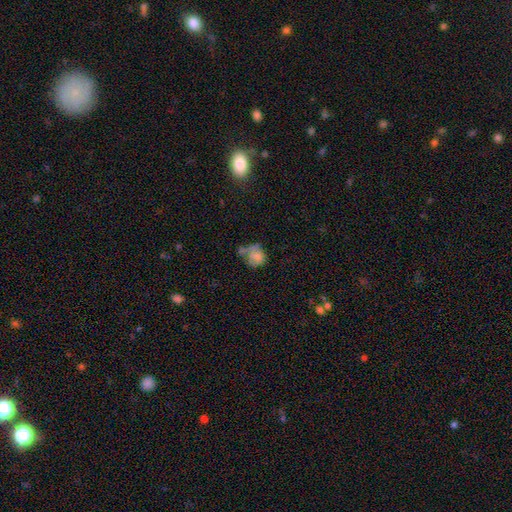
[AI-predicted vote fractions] Smooth or featured: smooth — 60% (featured or disk — 29%)
How rounded: round — 56% (in between — 43%)
Merging: none — 26% (merger — 25%)